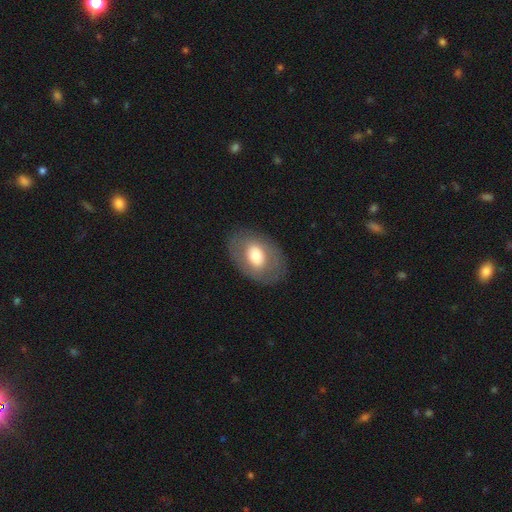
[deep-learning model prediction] This appears to be a smooth galaxy with no disk features (59%) that is in between round and cigar-shaped (83%). Merging: none (82%).